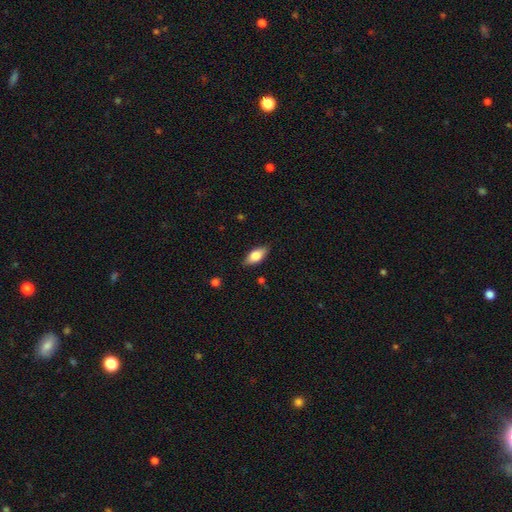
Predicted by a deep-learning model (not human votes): The model was most divided on "smooth or featured": smooth: 72%, featured or disk: 21%, star or artifact: 7%. More confident: merging — none (85%); how rounded — in between (84%).